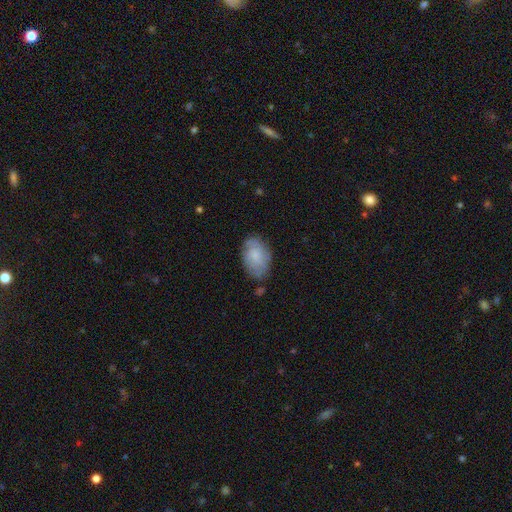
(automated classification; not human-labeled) smooth_or_featured: smooth (p=0.57) [alt: featured or disk p=0.36]
how_rounded: in between (p=0.88) [alt: round p=0.10]
merging: none (p=0.68) [alt: minor disturbance p=0.23]